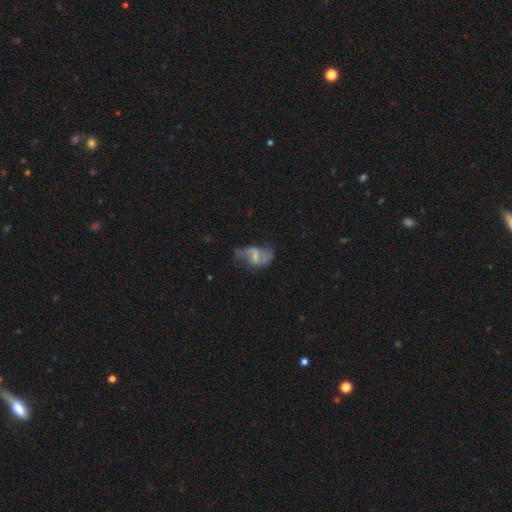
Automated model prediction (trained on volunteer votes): Smooth or featured: featured or disk — 63% (smooth — 29%)
Edge-on disk: no — 96% (yes — 4%)
Bar: weak — 49% (strong — 29%)
Spiral arms: yes — 70% (no — 30%)
Bulge size: small — 41% (none — 27%)
Merging: none — 42% (major disturbance — 27%)